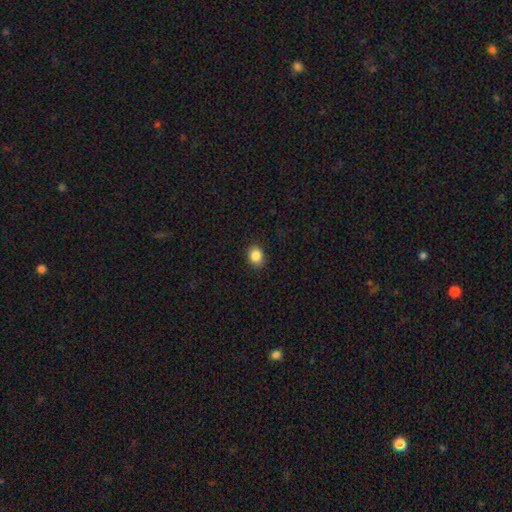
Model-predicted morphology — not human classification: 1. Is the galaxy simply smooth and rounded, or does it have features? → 87% smooth, 9% star or artifact, 4% featured or disk.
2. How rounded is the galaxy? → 51% round, 48% in between, 1% cigar-shaped.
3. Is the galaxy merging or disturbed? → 89% none, 8% minor disturbance, 2% major disturbance, 1% merger.